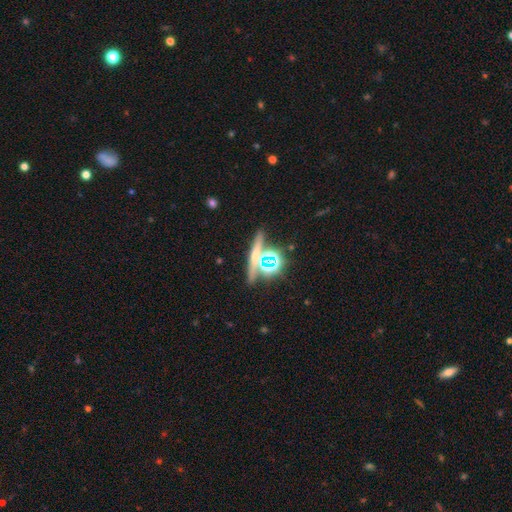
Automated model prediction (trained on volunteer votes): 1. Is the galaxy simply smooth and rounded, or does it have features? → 38% star or artifact, 36% smooth, 26% featured or disk.